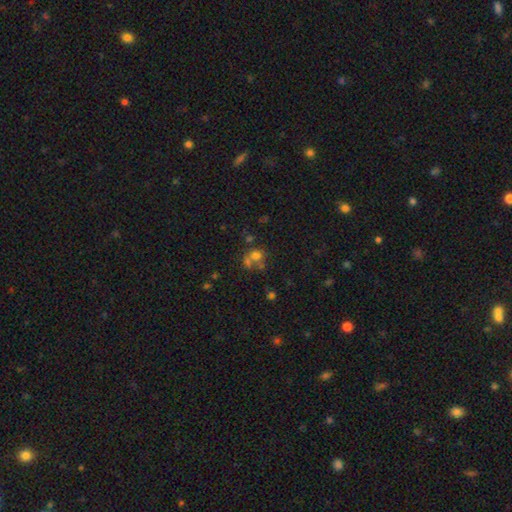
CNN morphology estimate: smooth-or-featured: smooth: 60% | star or artifact: 20% | featured or disk: 19%
  how-rounded: round: 77% | in between: 22% | cigar-shaped: 1%
  merging: merger: 45% | none: 40% | minor disturbance: 9% | major disturbance: 6%